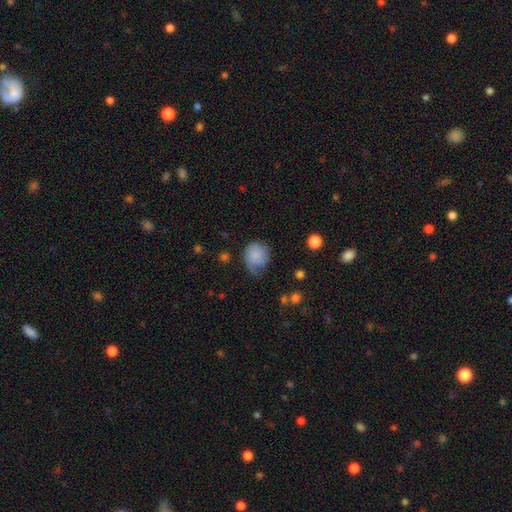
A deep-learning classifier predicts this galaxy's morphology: The model was most divided on "merging": none: 45%, minor disturbance: 38%, major disturbance: 15%, merger: 3%. More confident: smooth or featured — smooth (78%); how rounded — round (70%).